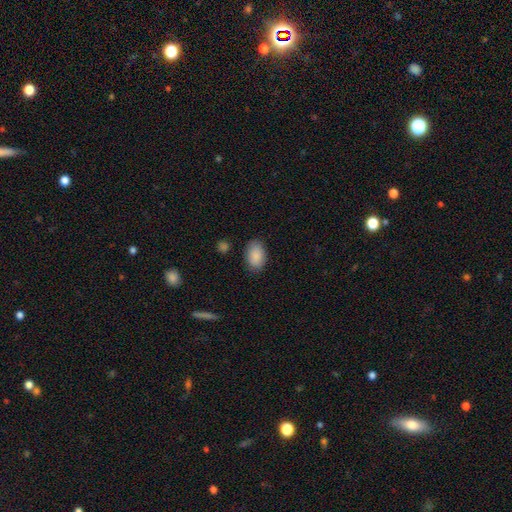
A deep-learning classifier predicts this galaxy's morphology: Smooth or featured?
  - smooth: 89% *
  - star or artifact: 6%
  - featured or disk: 5%
How rounded?
  - in between: 91% *
  - round: 8%
  - cigar-shaped: 1%
Merging?
  - none: 84% *
  - minor disturbance: 12%
  - major disturbance: 3%
  - merger: 2%